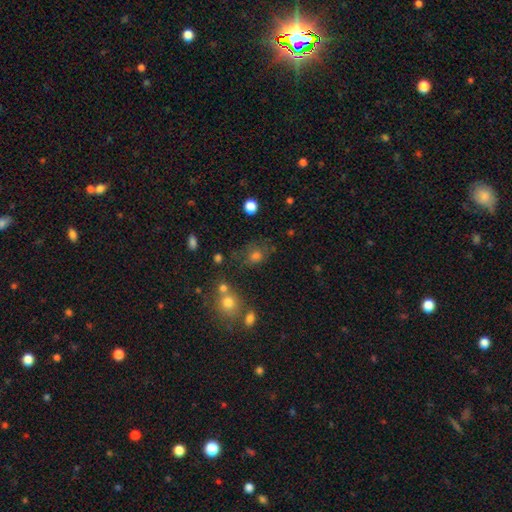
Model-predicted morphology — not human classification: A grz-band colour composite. It shows a smooth galaxy with no disk features (69%) that is round (60%). Merging: none (62%).